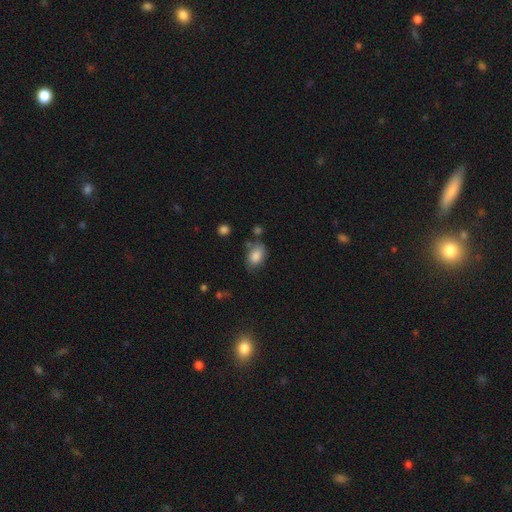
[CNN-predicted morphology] Smooth or featured: smooth — 83% (featured or disk — 9%)
How rounded: in between — 85% (round — 14%)
Merging: none — 61% (minor disturbance — 26%)